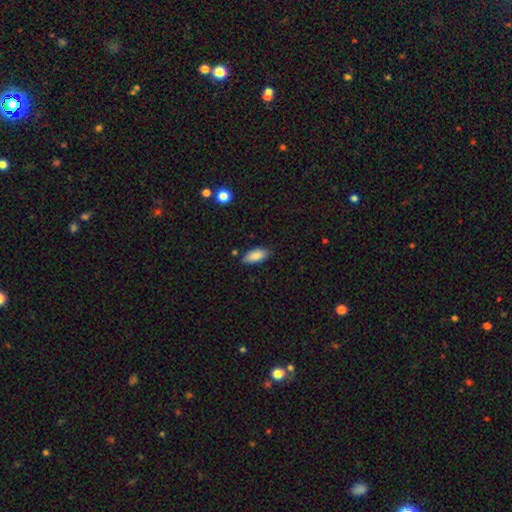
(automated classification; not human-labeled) The model was most divided on "merging": none: 82%, minor disturbance: 13%, major disturbance: 2%, merger: 2%. More confident: how rounded — in between (88%); smooth or featured — smooth (87%).